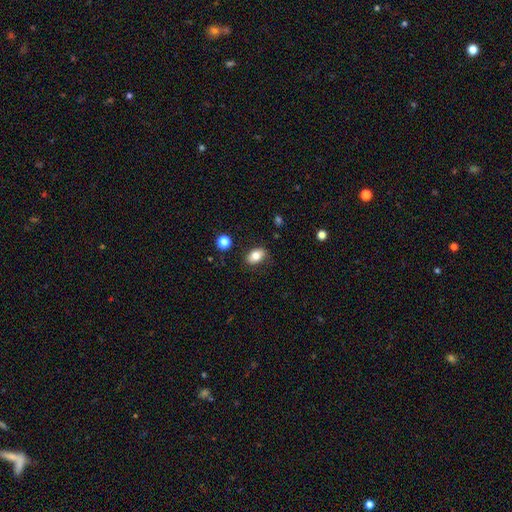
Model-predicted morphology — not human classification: smooth_or_featured: smooth (p=0.80) [alt: featured or disk p=0.12]
how_rounded: in between (p=0.85) [alt: round p=0.13]
merging: none (p=0.82) [alt: minor disturbance p=0.13]